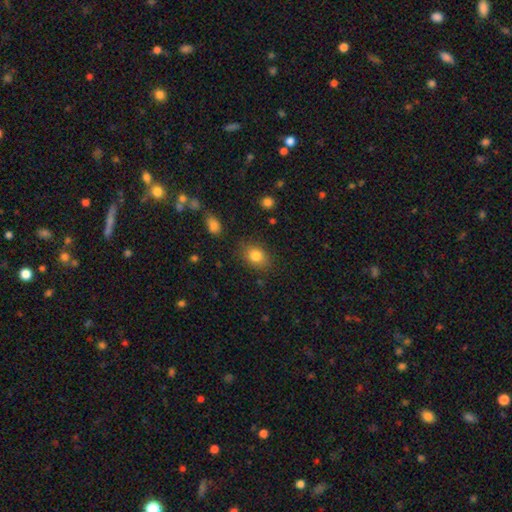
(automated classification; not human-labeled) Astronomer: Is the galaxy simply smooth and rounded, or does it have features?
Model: smooth — 83%.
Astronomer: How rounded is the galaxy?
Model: in between — 61% (runner-up: round, 38%).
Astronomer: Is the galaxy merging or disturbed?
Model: none — 81%.